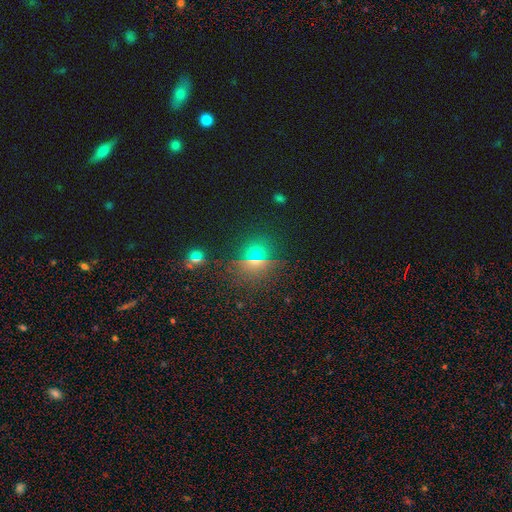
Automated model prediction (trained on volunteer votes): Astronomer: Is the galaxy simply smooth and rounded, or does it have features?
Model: smooth — 50% (runner-up: star or artifact, 41%).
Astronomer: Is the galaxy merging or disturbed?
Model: none — 80%.